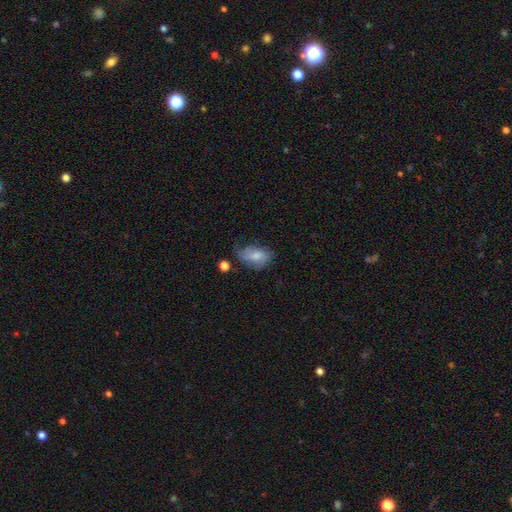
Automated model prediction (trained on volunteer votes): Q: Smooth or featured?
A: smooth (68%); runner-up: featured or disk (24%)
Q: How rounded?
A: in between (87%); runner-up: round (11%)
Q: Merging?
A: none (42%); runner-up: minor disturbance (35%)